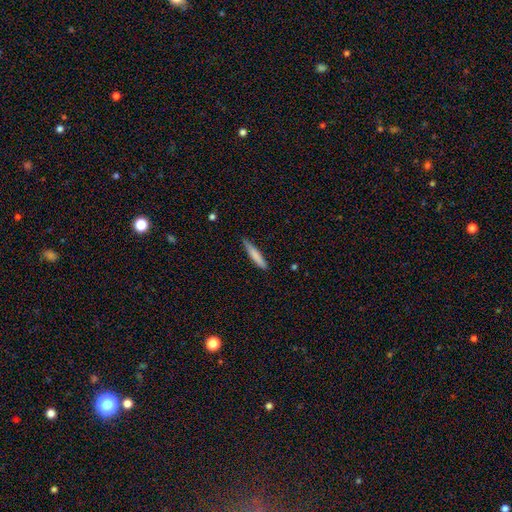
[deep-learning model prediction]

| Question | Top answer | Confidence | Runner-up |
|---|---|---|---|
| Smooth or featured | smooth | 77% | featured or disk (18%) |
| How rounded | cigar-shaped | 91% | in between (8%) |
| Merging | none | 80% | minor disturbance (16%) |